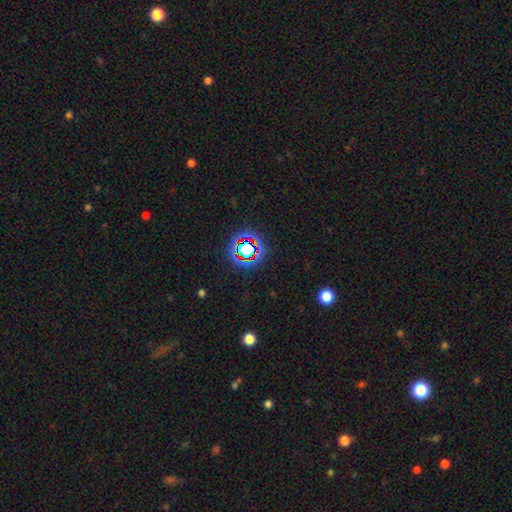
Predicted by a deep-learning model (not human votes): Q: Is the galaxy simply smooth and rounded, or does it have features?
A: star or artifact — 65%.